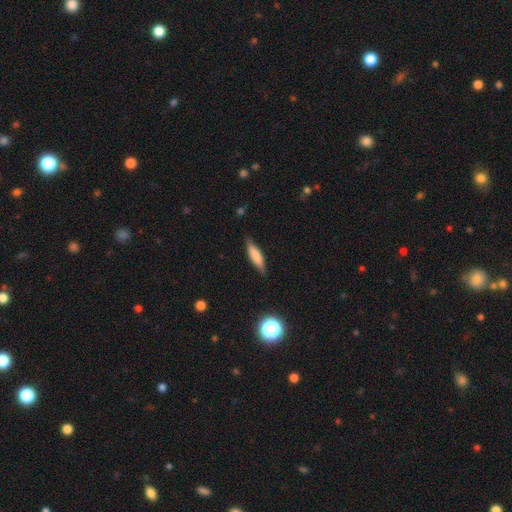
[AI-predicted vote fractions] Smooth or featured: smooth — 69% (featured or disk — 23%)
How rounded: cigar-shaped — 67% (in between — 31%)
Merging: none — 81% (minor disturbance — 15%)